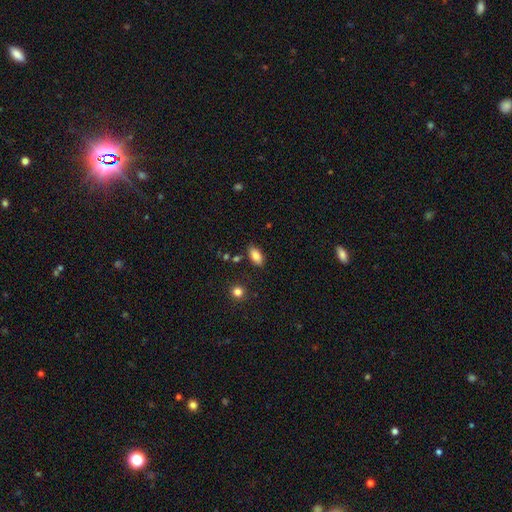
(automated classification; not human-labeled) smooth-or-featured: smooth: 85% | star or artifact: 8% | featured or disk: 6%
  how-rounded: in between: 91% | cigar-shaped: 5% | round: 4%
  merging: none: 84% | minor disturbance: 11% | merger: 3% | major disturbance: 3%